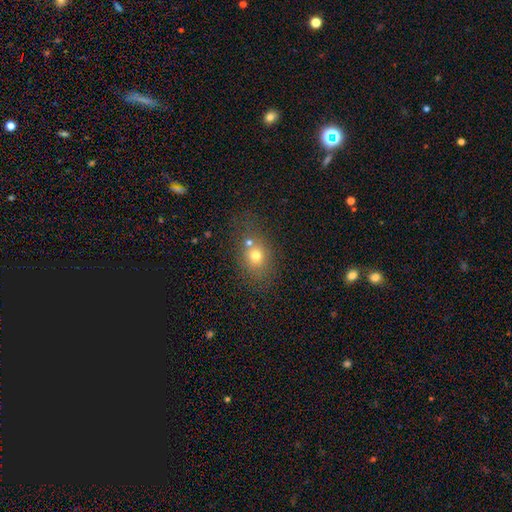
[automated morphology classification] This appears to be a smooth galaxy with no disk features (68%) that is in between round and cigar-shaped (53%). Merging: none (54%).